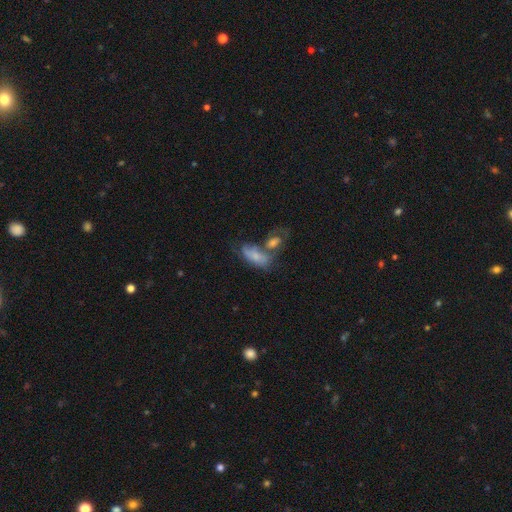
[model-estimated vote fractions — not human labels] A smooth galaxy with no disk features (58%) that is in between round and cigar-shaped (87%). Merging: merger (51%).